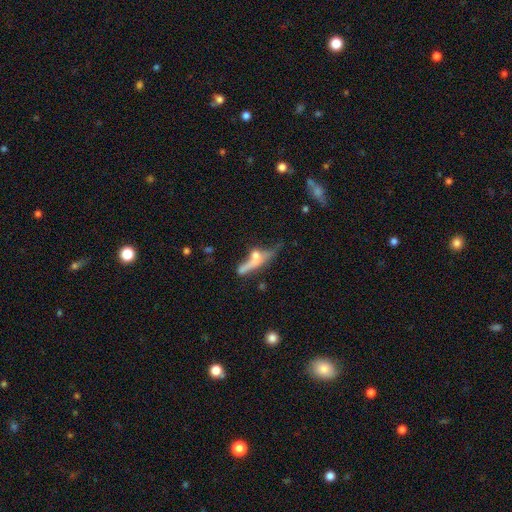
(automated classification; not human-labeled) Q: Smooth or featured?
A: featured or disk (50%); runner-up: smooth (38%)
Q: Edge-on disk?
A: yes (75%); runner-up: no (25%)
Q: Merging?
A: none (41%); runner-up: minor disturbance (21%)